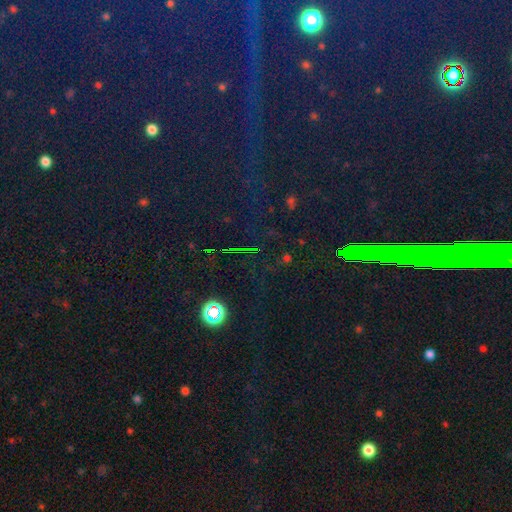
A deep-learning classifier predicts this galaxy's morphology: Smooth or featured? star or artifact (82%)